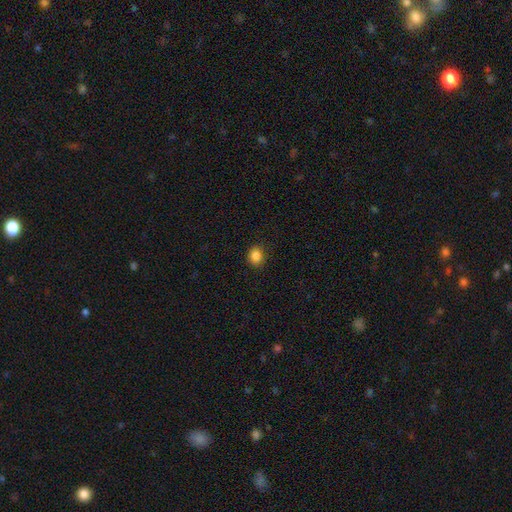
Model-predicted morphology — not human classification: The model was most divided on "how rounded": round: 60%, in between: 39%, cigar-shaped: 1%. More confident: merging — none (87%); smooth or featured — smooth (86%).